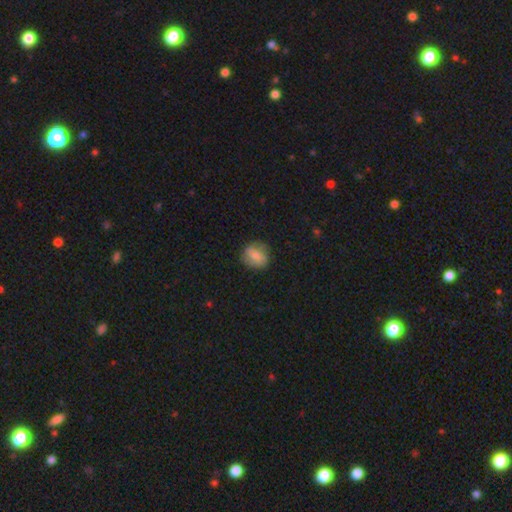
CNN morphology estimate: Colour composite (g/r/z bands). It shows a smooth galaxy with no disk features (66%) that is round (74%). Merging: none (77%).